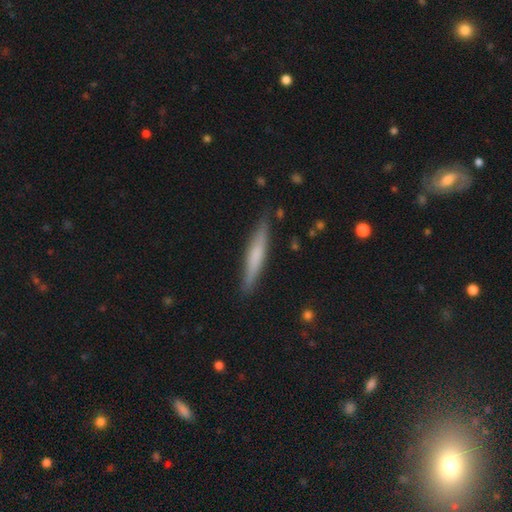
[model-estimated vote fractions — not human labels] Smooth or featured? Predicted: smooth (p=0.57). How rounded? Predicted: cigar-shaped (p=0.93). Merging? Predicted: none (p=0.88).